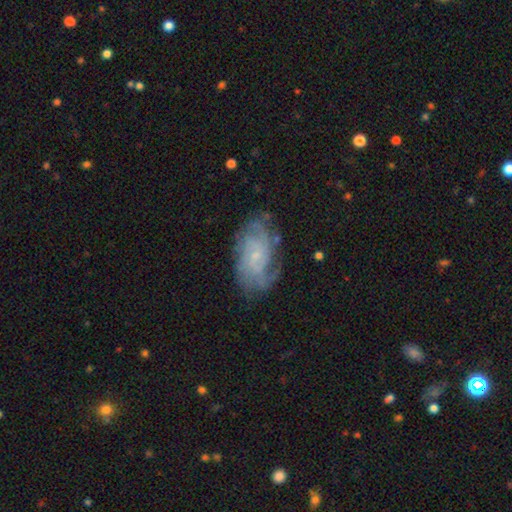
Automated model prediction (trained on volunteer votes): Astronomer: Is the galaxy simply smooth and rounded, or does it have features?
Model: featured or disk — 78%.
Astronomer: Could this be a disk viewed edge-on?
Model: no — 96%.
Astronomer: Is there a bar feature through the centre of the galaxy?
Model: no — 72%.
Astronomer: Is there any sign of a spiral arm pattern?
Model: yes — 92%.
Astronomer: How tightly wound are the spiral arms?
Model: tight — 54% (runner-up: medium, 34%).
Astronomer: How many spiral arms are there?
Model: can't tell — 40% (runner-up: 2, 20%).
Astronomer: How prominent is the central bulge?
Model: small — 77%.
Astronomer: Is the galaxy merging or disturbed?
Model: none — 69%.